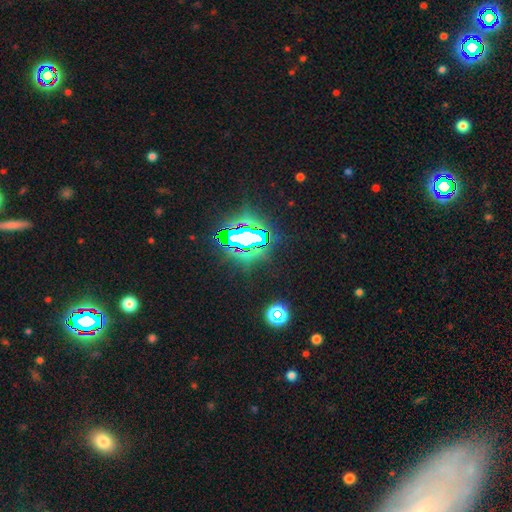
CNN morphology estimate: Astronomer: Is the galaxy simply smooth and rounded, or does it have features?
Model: star or artifact — 77%.